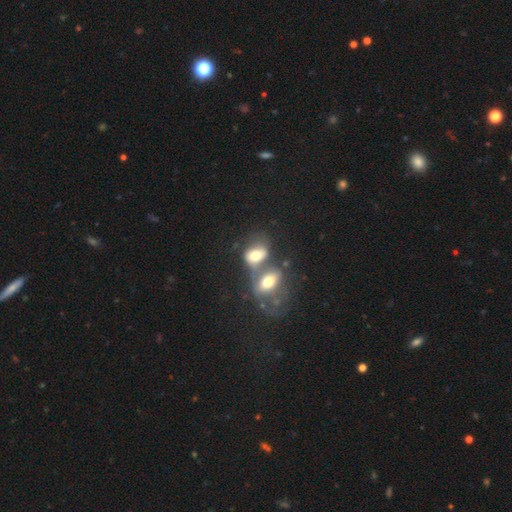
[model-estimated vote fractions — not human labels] smooth_or_featured: smooth (p=0.58) [alt: featured or disk p=0.32]
how_rounded: in between (p=0.81) [alt: round p=0.16]
merging: merger (p=0.68) [alt: none p=0.15]